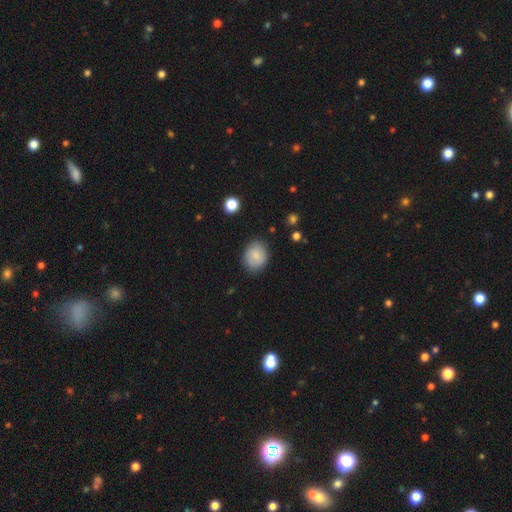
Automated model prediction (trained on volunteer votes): The model was most divided on "how rounded": round: 54%, in between: 45%, cigar-shaped: 1%. More confident: smooth or featured — smooth (83%); merging — none (82%).